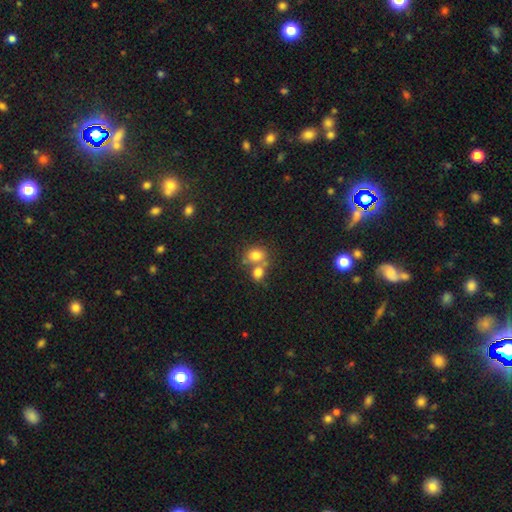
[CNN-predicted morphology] Smooth or featured? smooth (78%)
How rounded? round (55%)
Merging? merger (51%)